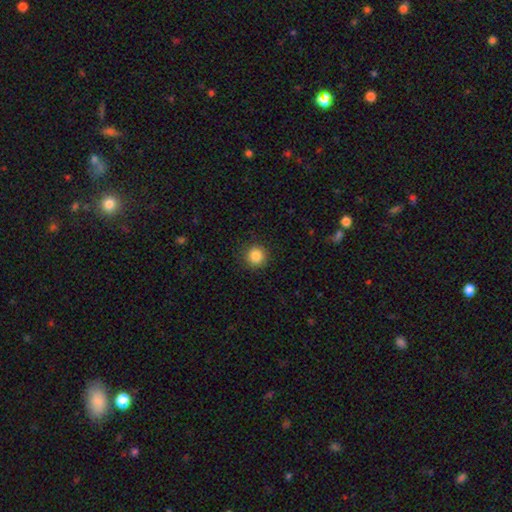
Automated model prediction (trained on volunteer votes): Q: Smooth or featured?
A: smooth (86%); runner-up: star or artifact (10%)
Q: How rounded?
A: round (93%); runner-up: in between (6%)
Q: Merging?
A: none (90%); runner-up: minor disturbance (7%)